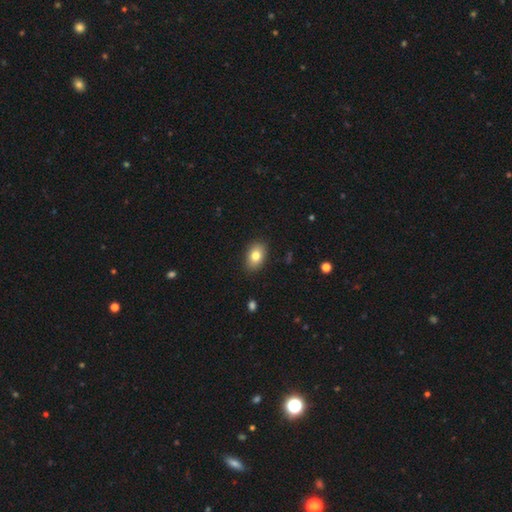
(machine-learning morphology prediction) smooth_or_featured: smooth (p=0.80) [alt: featured or disk p=0.11]
how_rounded: in between (p=0.83) [alt: round p=0.16]
merging: none (p=0.88) [alt: minor disturbance p=0.09]